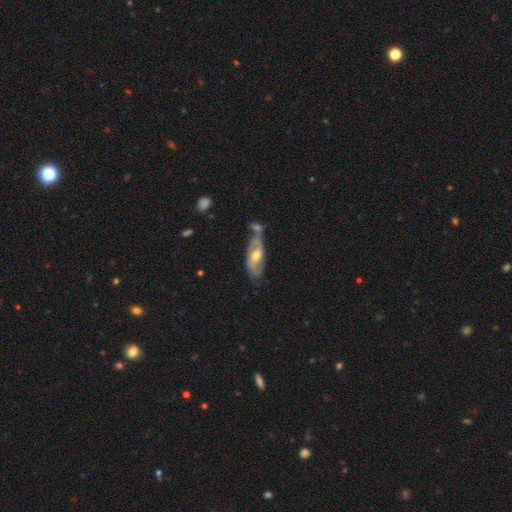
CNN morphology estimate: smooth_or_featured: featured or disk (p=0.68) [alt: smooth p=0.26]
disk_edge_on: no (p=0.85) [alt: yes p=0.15]
bar: no (p=0.44) [alt: weak p=0.41]
has_spiral_arms: yes (p=0.82) [alt: no p=0.18]
bulge_size: moderate (p=0.72) [alt: small p=0.20]
merging: none (p=0.47) [alt: merger p=0.23]